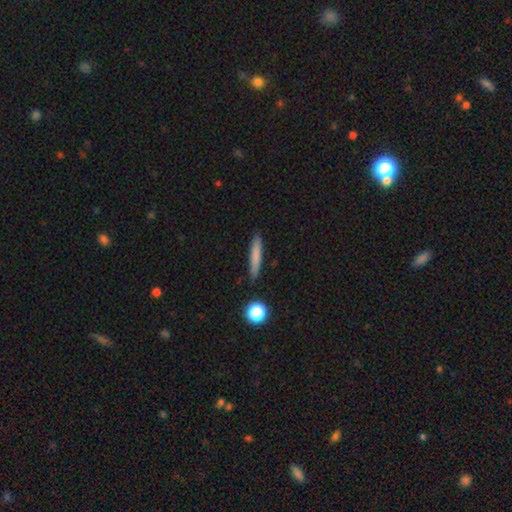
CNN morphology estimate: Overall: smooth (76%). How rounded: cigar-shaped (92%). Merging: none (87%).